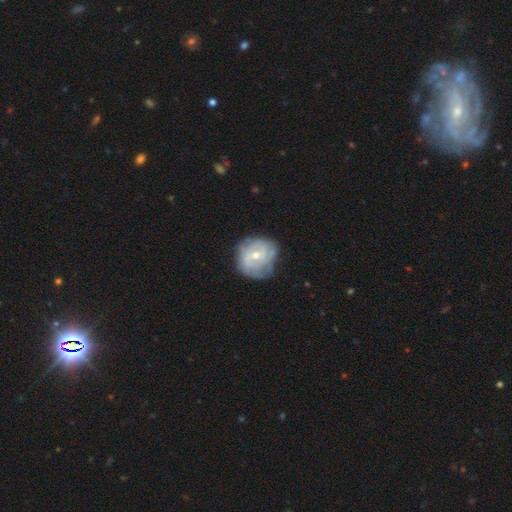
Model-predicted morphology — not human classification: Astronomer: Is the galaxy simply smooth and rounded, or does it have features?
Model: featured or disk — 60%.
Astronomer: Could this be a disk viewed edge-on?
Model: no — 97%.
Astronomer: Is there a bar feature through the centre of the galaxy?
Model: no — 64%.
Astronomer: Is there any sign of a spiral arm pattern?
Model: yes — 70%.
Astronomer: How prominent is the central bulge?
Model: small — 50% (runner-up: moderate, 46%).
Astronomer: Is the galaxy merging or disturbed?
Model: none — 60%.